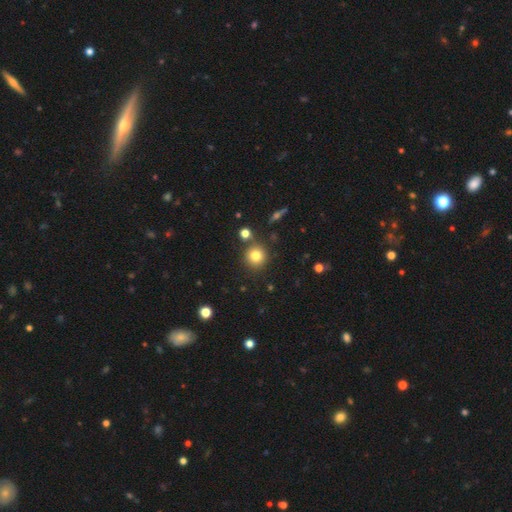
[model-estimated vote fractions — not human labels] Overall: smooth (80%). How rounded: round (92%). Merging: none (81%).